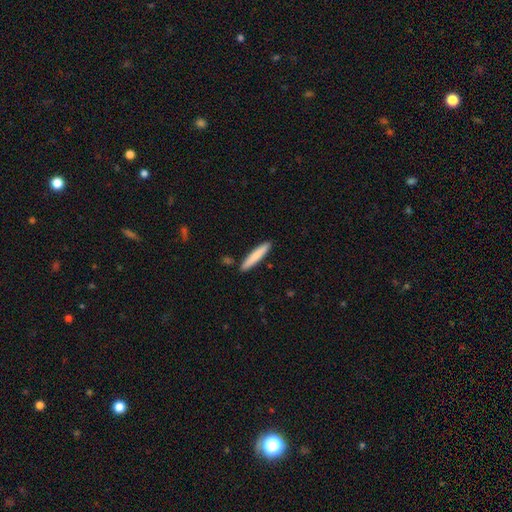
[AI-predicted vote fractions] Smooth or featured?
  - smooth: 78% *
  - featured or disk: 17%
  - star or artifact: 5%
How rounded?
  - cigar-shaped: 92% *
  - in between: 6%
  - round: 1%
Merging?
  - none: 88% *
  - minor disturbance: 8%
  - merger: 3%
  - major disturbance: 2%